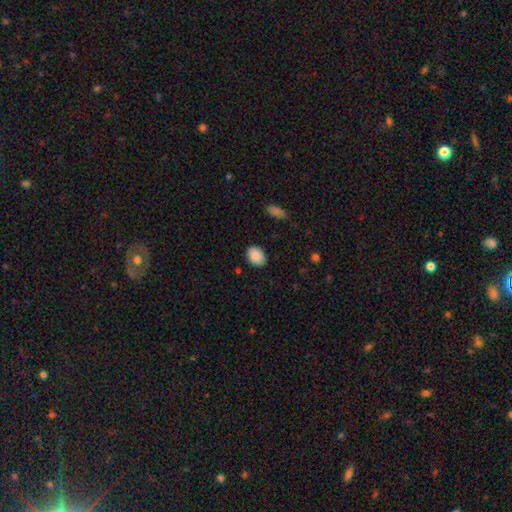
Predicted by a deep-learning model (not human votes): A smooth galaxy with no disk features (89%) that is in between round and cigar-shaped (68%). Merging: none (82%).